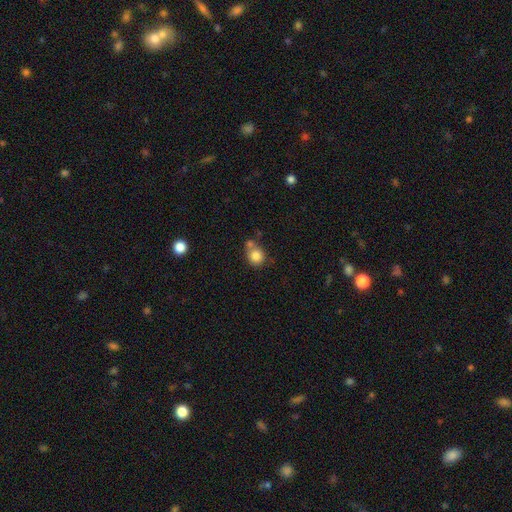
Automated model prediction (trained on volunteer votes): Q: Smooth or featured?
A: smooth (82%); runner-up: star or artifact (10%)
Q: How rounded?
A: round (84%); runner-up: in between (15%)
Q: Merging?
A: none (50%); runner-up: merger (34%)